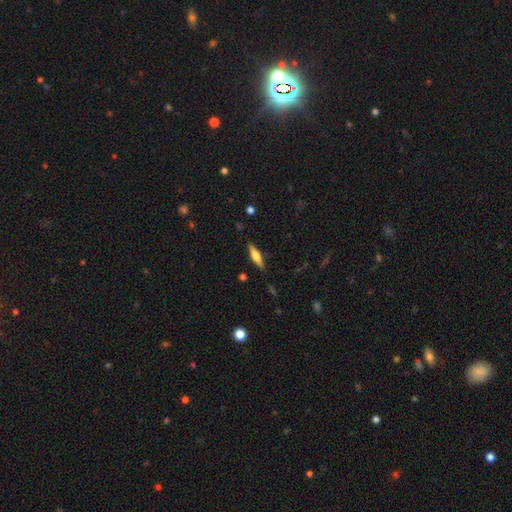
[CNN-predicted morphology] A smooth galaxy with no disk features (50%).

Vote fractions:
- Smooth or featured? smooth: 50% / featured or disk: 44% / star or artifact: 6%
- Merging? none: 87% / minor disturbance: 9% / major disturbance: 2% / merger: 1%